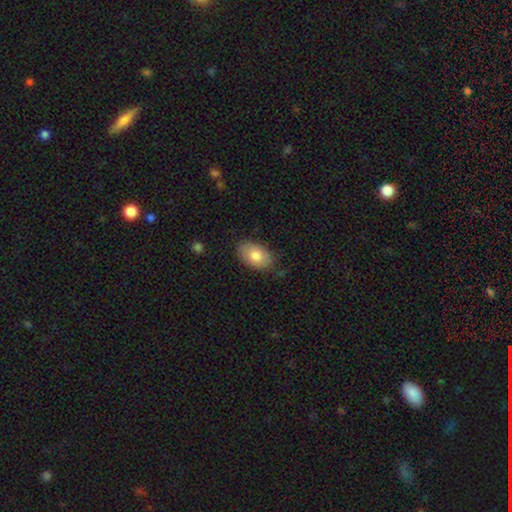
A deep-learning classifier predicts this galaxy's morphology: Q: Smooth or featured?
A: smooth (78%); runner-up: featured or disk (16%)
Q: How rounded?
A: in between (90%); runner-up: round (9%)
Q: Merging?
A: none (80%); runner-up: minor disturbance (16%)